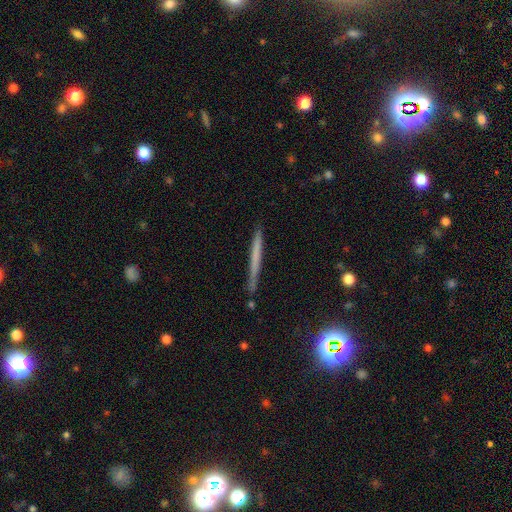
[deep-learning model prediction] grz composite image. It shows a smooth galaxy with no disk features (52%) that is cigar-shaped (96%). Merging: none (85%).